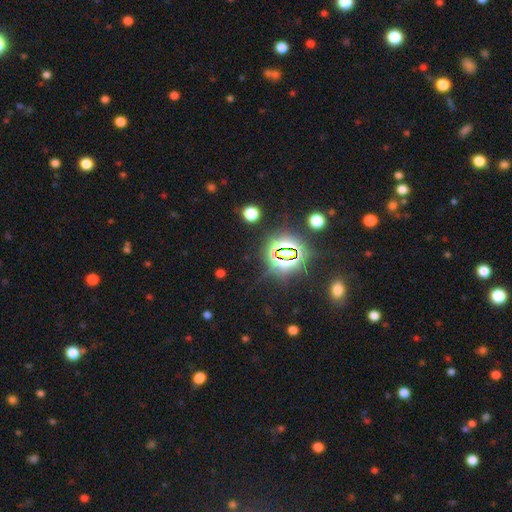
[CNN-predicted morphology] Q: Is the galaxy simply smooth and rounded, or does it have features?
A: star or artifact — 79%.